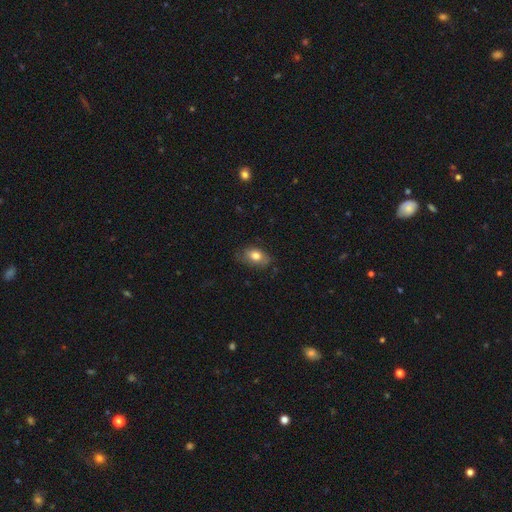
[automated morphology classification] Q: Smooth or featured?
A: smooth (76%); runner-up: featured or disk (16%)
Q: How rounded?
A: in between (85%); runner-up: round (13%)
Q: Merging?
A: none (70%); runner-up: minor disturbance (23%)